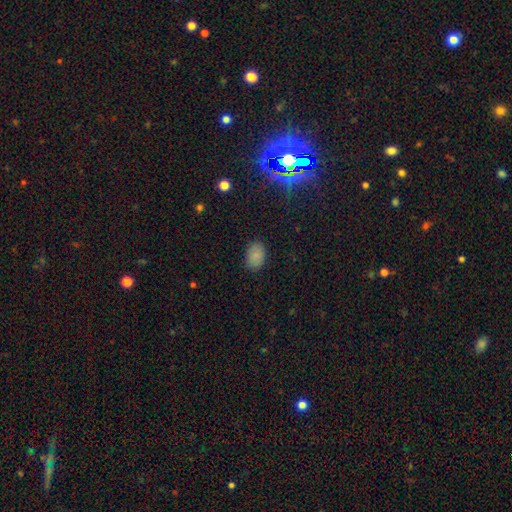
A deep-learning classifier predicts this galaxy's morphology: Overall: smooth (85%). How rounded: in between (83%). Merging: none (86%).